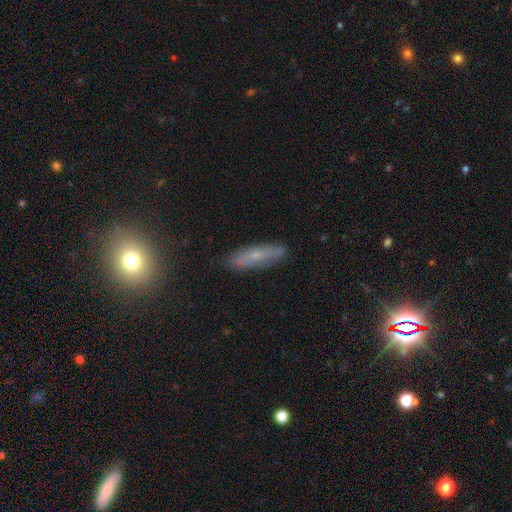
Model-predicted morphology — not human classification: Overall: smooth (49%; featured or disk 40%). Merging: none (83%).